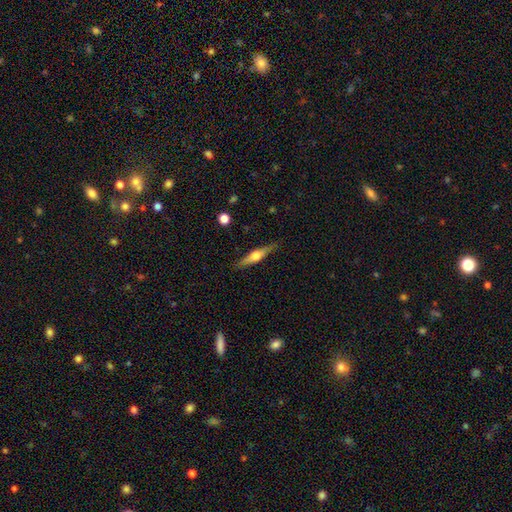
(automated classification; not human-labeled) The model was most divided on "smooth or featured": featured or disk: 65%, smooth: 29%, star or artifact: 6%. More confident: edge-on disk — yes (97%); edge-on bulge — rounded (92%); merging — none (88%).